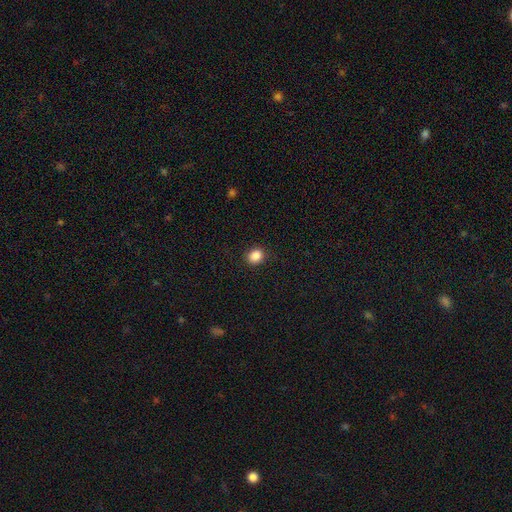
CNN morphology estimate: Smooth or featured? smooth (87%)
How rounded? round (64%)
Merging? none (90%)